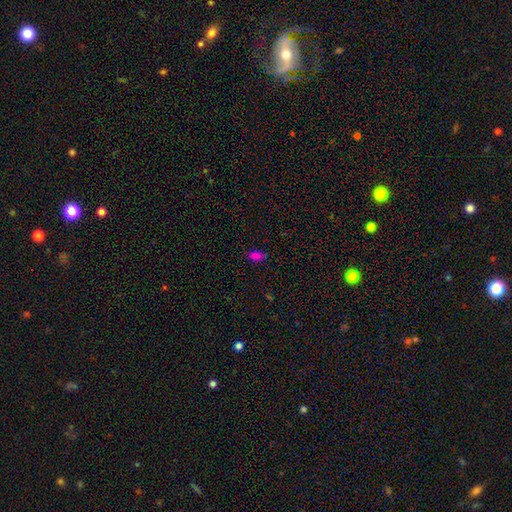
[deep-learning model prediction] Morphology: type=smooth (74%); roundness=in between (87%); merging=none (75%).